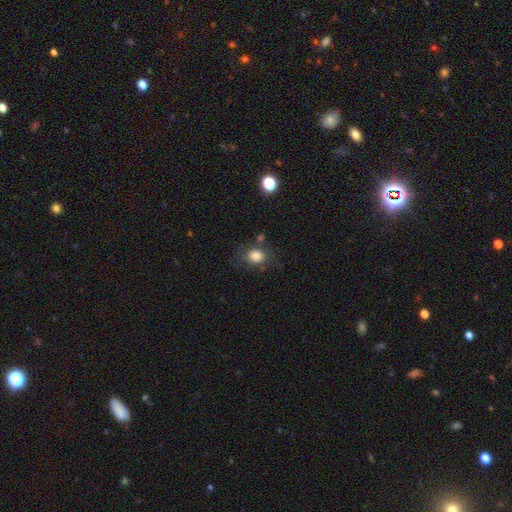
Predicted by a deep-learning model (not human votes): Morphology: type=smooth (82%); roundness=in between (51%); merging=none (67%).